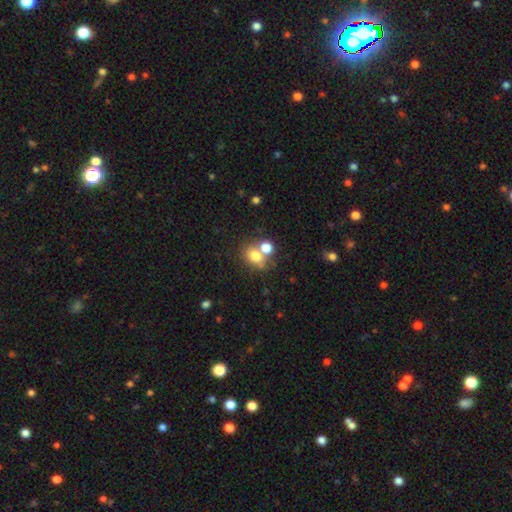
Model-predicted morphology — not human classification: Overall: smooth (73%). How rounded: round (56%; in between 43%). Merging: none (46%; merger 39%).